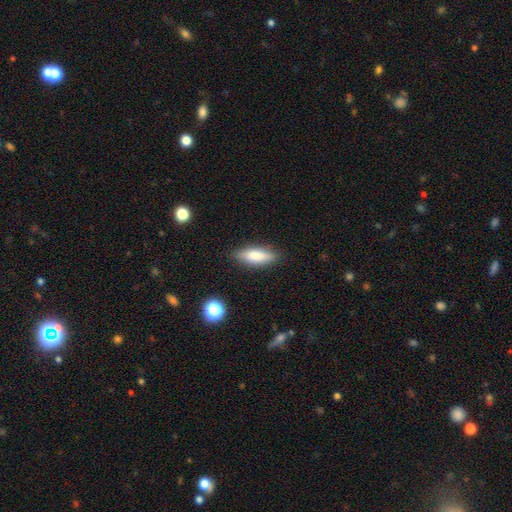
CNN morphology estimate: This is likely a smooth galaxy (74%). How rounded: possibly in between (58%). Merging: clearly none (85%).